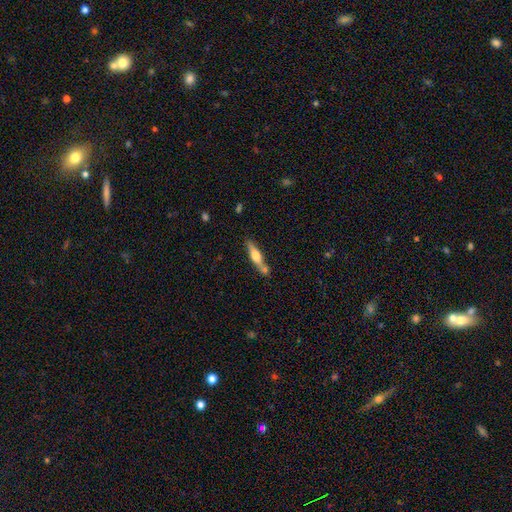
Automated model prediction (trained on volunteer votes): This appears to be a featured or disk galaxy (55%) viewed edge-on (94%) with a rounded central bulge (89%). Merging: none (67%).